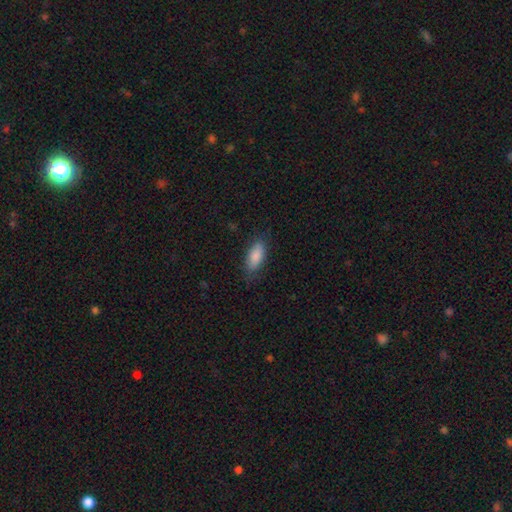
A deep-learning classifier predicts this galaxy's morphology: This is clearly a smooth galaxy (85%). How rounded: clearly in between (83%). Merging: likely none (79%).